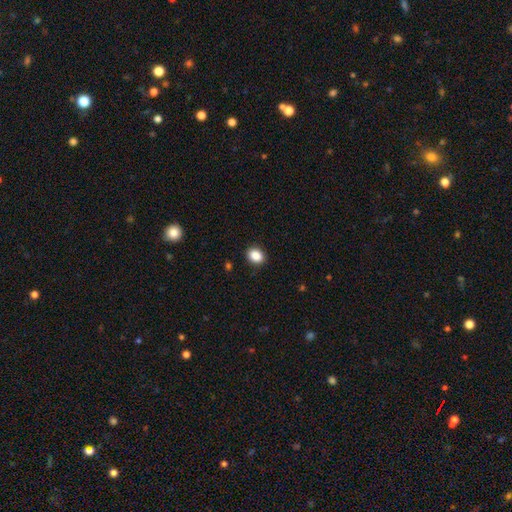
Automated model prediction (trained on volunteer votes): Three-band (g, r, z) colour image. It shows a smooth galaxy with no disk features (88%) that is in between round and cigar-shaped (56%). Merging: none (90%).